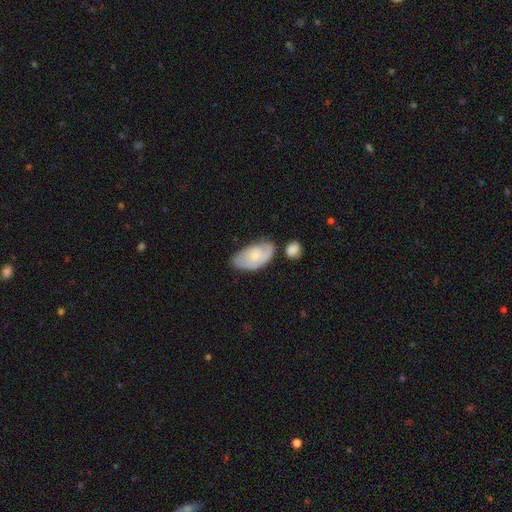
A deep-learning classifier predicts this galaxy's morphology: A featured or disk galaxy (47%, tied with smooth). Merging: none (52%).